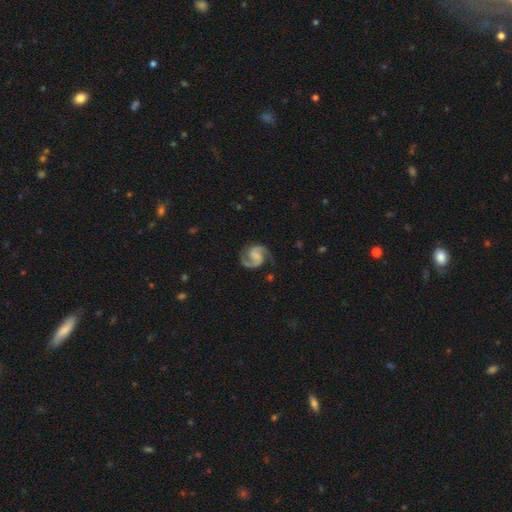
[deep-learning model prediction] Q: Smooth or featured?
A: featured or disk (92%); runner-up: star or artifact (4%)
Q: Edge-on disk?
A: no (98%); runner-up: yes (2%)
Q: Bar?
A: weak (42%); runner-up: no (39%)
Q: Spiral arms?
A: yes (98%); runner-up: no (2%)
Q: Spiral winding?
A: medium (61%); runner-up: loose (20%)
Q: Spiral arm count?
A: 2 (94%); runner-up: can't tell (1%)
Q: Bulge size?
A: none (56%); runner-up: small (24%)
Q: Merging?
A: none (81%); runner-up: minor disturbance (13%)